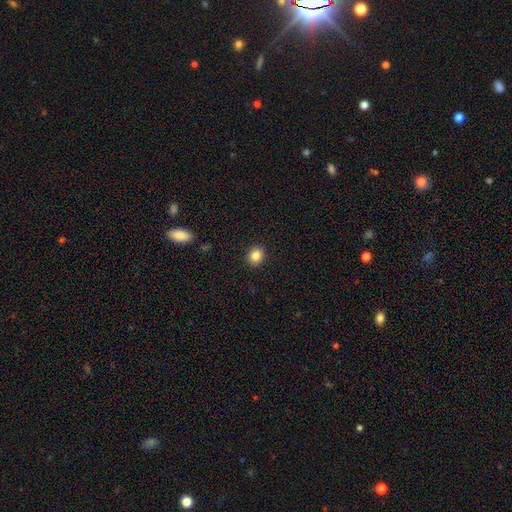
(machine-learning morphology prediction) type=smooth (84%); roundness=round (78%); merging=none (92%).